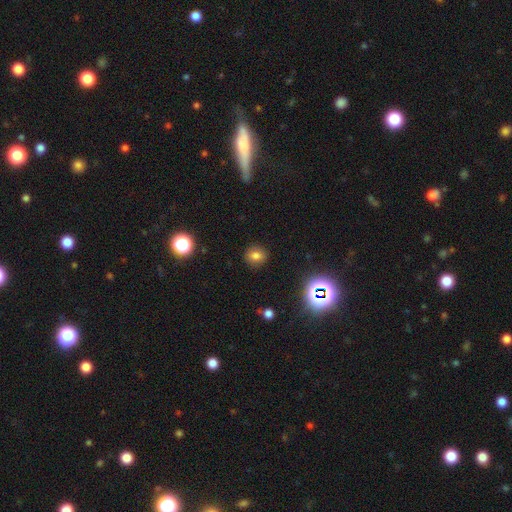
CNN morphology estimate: A smooth galaxy with no disk features (76%) that is round (78%). Merging: none (89%).